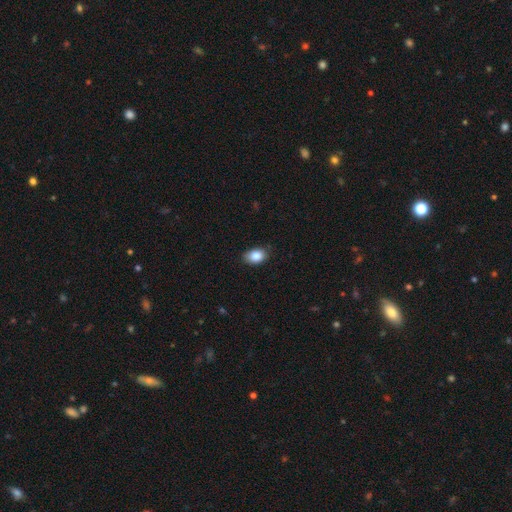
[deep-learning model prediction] This is clearly a smooth galaxy (85%). How rounded: clearly in between (84%). Merging: clearly none (83%).